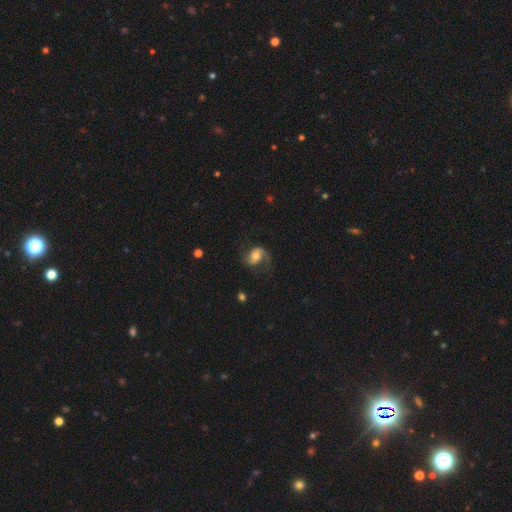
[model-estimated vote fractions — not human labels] A featured or disk galaxy (68%) with no bar (51%), 2 (76%) loose (47%) spiral arms (92%) and a moderate central bulge (61%). Merging: none (61%).